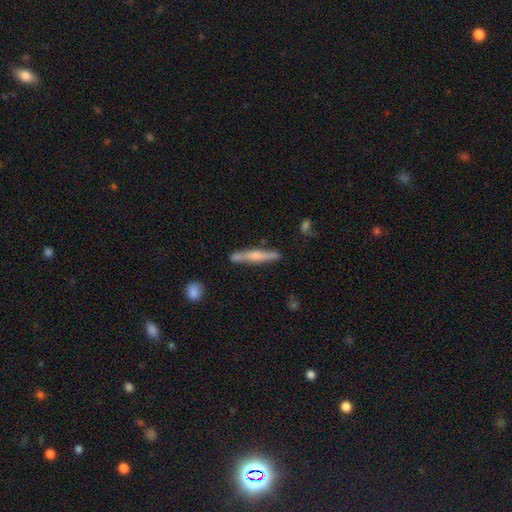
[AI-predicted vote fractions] Smooth or featured? Predicted: featured or disk (p=0.51). Edge-on disk? Predicted: yes (p=0.95). Merging? Predicted: none (p=0.81).